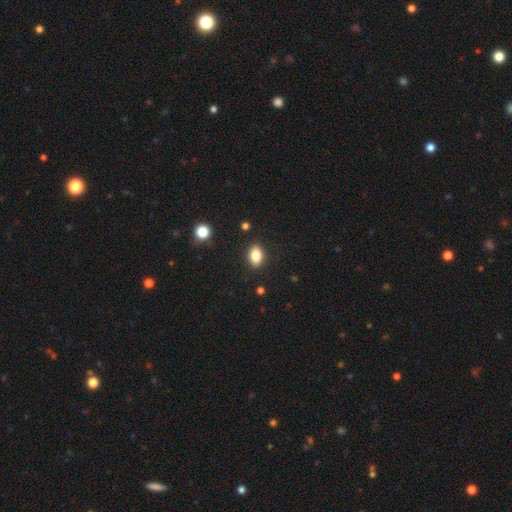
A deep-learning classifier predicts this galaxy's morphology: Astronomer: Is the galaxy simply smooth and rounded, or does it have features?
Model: smooth — 83%.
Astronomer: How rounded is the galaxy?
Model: in between — 80%.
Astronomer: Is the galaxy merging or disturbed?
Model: none — 88%.